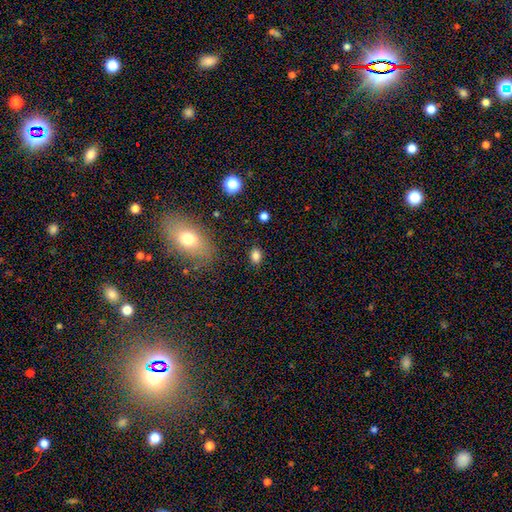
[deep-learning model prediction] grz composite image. It shows a smooth galaxy with no disk features (82%) that is in between round and cigar-shaped (72%). Merging: none (82%).